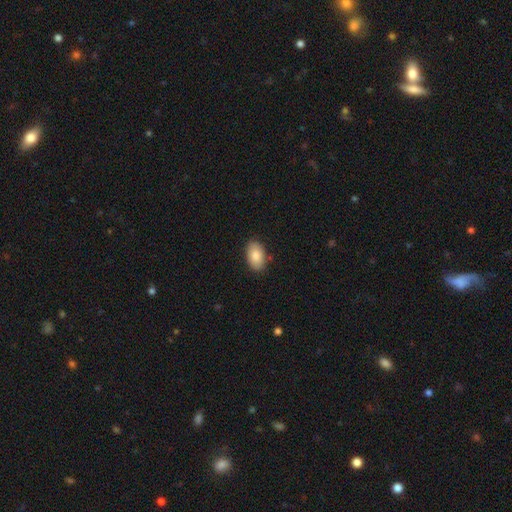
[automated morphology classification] type=smooth (84%); roundness=in between (92%); merging=none (86%).